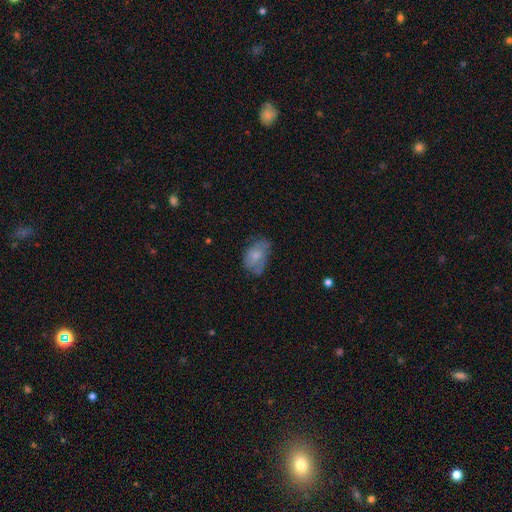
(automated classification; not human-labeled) This appears to be a smooth galaxy with no disk features (59%) that is in between round and cigar-shaped (87%). Merging: none (47%).